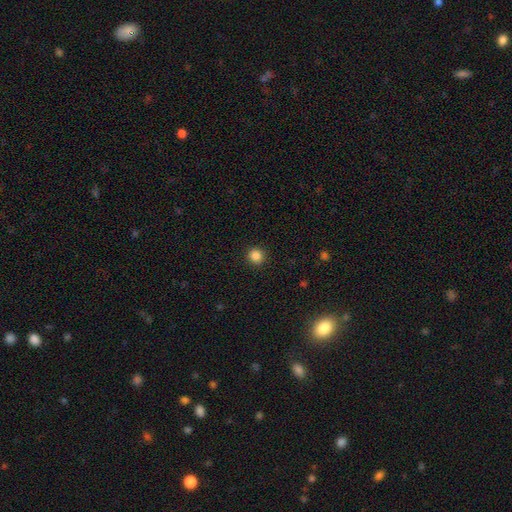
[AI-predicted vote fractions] Morphology: type=smooth (86%); roundness=round (92%); merging=none (92%).